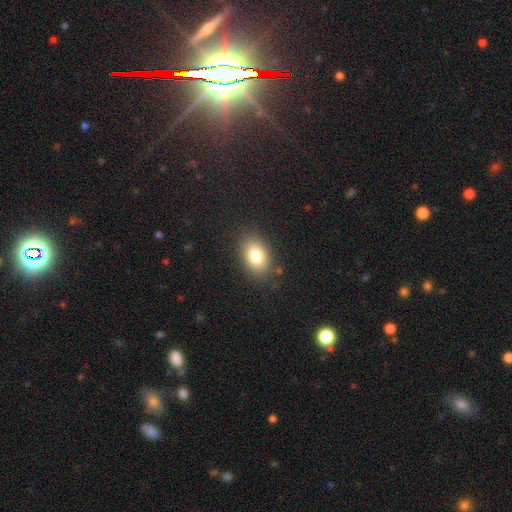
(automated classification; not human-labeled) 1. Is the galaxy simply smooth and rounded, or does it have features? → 79% smooth, 11% featured or disk, 10% star or artifact.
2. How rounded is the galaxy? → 83% in between, 16% round, 1% cigar-shaped.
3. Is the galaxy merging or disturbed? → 84% none, 11% minor disturbance, 4% major disturbance, 2% merger.